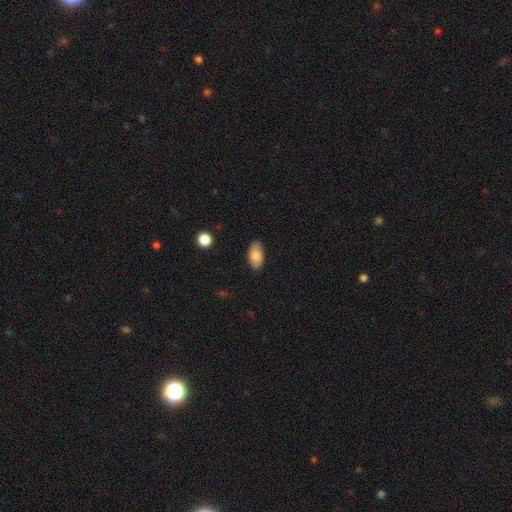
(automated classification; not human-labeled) This appears to be a smooth galaxy with no disk features (82%) that is in between round and cigar-shaped (94%). Merging: none (85%).